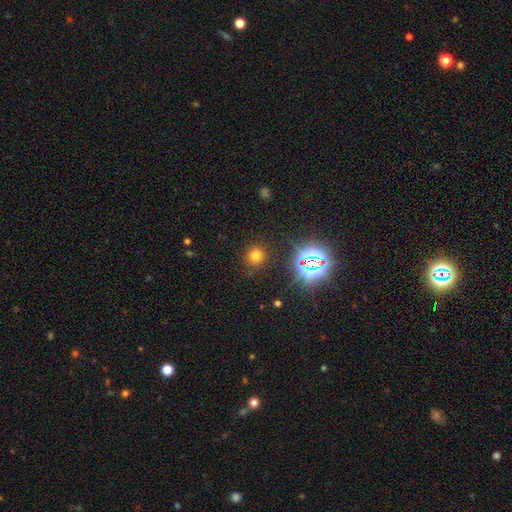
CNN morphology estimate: The model was most divided on "smooth or featured": smooth: 67%, star or artifact: 26%, featured or disk: 7%. More confident: how rounded — round (88%); merging — none (87%).